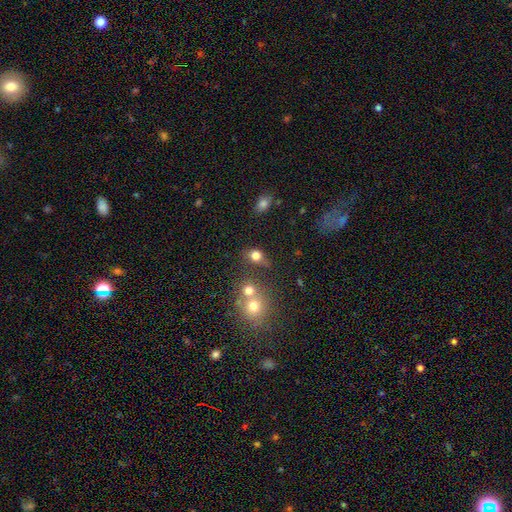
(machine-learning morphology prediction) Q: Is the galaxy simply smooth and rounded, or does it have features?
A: smooth — 76%.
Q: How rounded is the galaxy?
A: round — 51%.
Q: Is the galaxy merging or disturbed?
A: none — 50%.